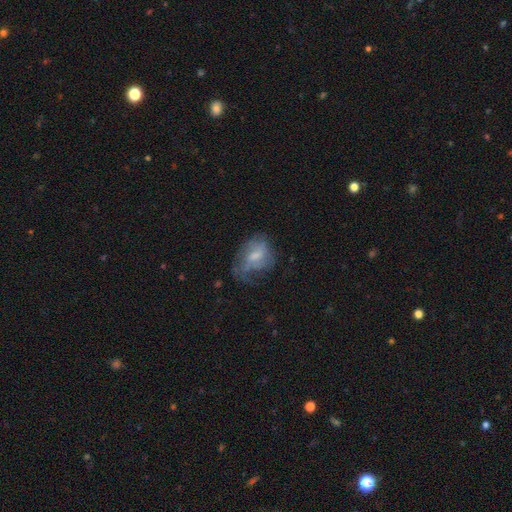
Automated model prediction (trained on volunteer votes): Q: Smooth or featured?
A: featured or disk (49%); runner-up: smooth (42%)
Q: Merging?
A: none (40%); runner-up: minor disturbance (29%)